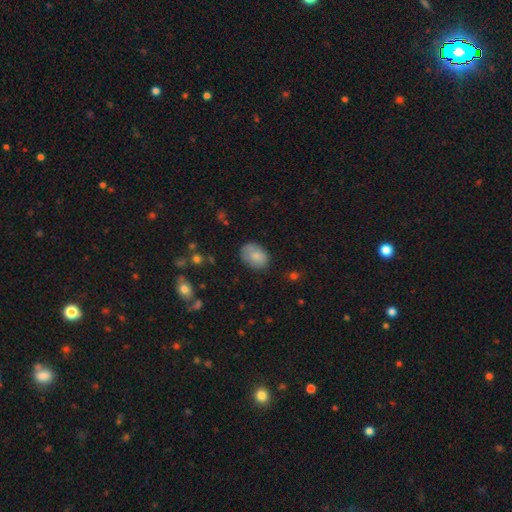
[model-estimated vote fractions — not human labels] The model was most divided on "how rounded": in between: 76%, round: 23%, cigar-shaped: 1%. More confident: smooth or featured — smooth (80%); merging — none (76%).